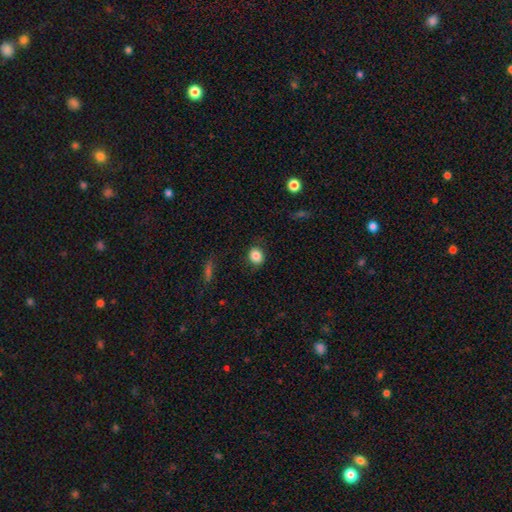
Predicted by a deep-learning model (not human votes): A smooth galaxy with no disk features (84%) that is round (63%).

Vote fractions:
- Smooth or featured? smooth: 84% / star or artifact: 10% / featured or disk: 6%
- How rounded? round: 63% / in between: 36% / cigar-shaped: 1%
- Merging? none: 83% / minor disturbance: 12% / major disturbance: 3% / merger: 1%